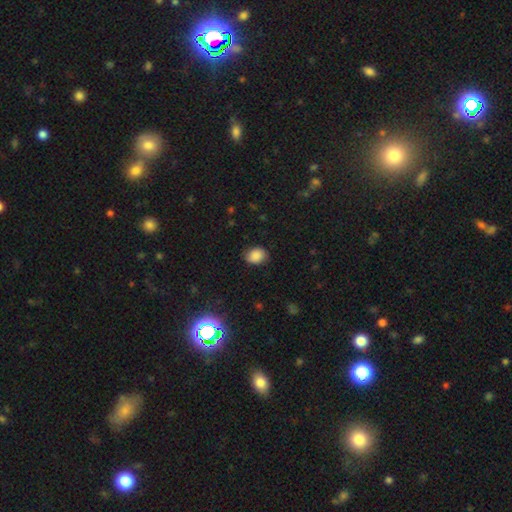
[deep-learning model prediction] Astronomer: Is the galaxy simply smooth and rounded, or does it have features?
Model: smooth — 86%.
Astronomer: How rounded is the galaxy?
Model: in between — 51% (runner-up: round, 48%).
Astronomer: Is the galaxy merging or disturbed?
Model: none — 82%.